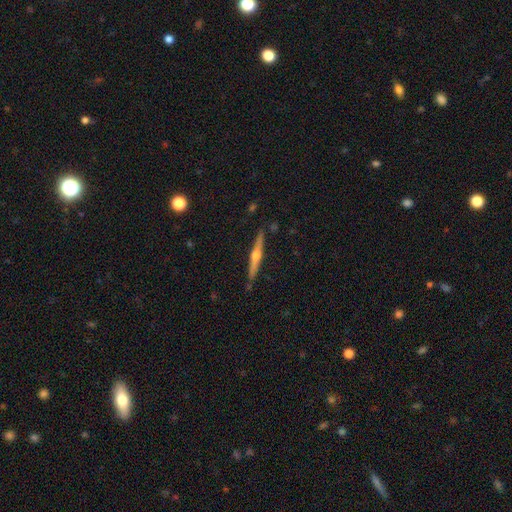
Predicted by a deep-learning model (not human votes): Smooth or featured? Predicted: featured or disk (p=0.77). Edge-on disk? Predicted: yes (p=0.98). Edge-on bulge? Predicted: rounded (p=0.91). Merging? Predicted: none (p=0.90).